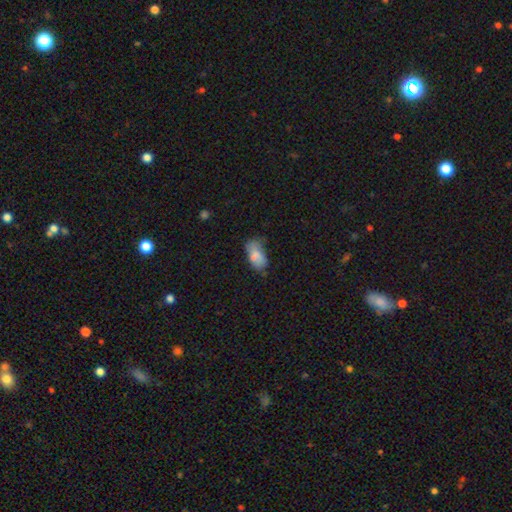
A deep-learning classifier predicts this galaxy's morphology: This is likely a smooth galaxy (74%). How rounded: clearly in between (92%). Merging: marginally none (42%).